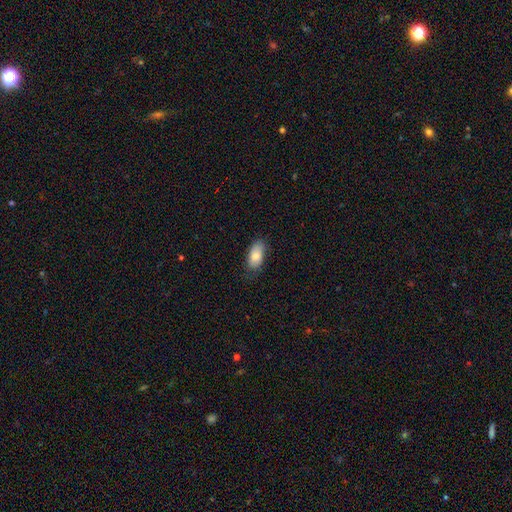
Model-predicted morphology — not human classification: Q: Smooth or featured?
A: smooth (83%); runner-up: featured or disk (11%)
Q: How rounded?
A: in between (92%); runner-up: cigar-shaped (6%)
Q: Merging?
A: none (75%); runner-up: minor disturbance (20%)